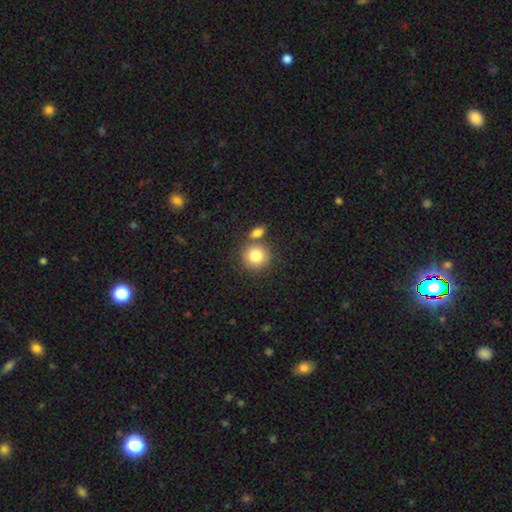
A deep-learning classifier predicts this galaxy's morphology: type=smooth (83%); roundness=round (89%); merging=none (65%).